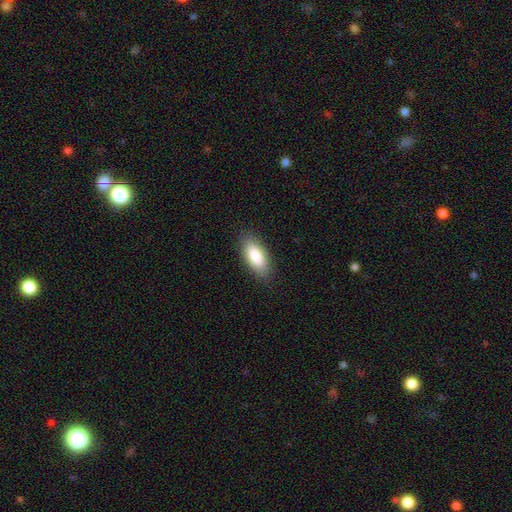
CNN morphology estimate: Smooth or featured?
  - smooth: 87% *
  - featured or disk: 7%
  - star or artifact: 6%
How rounded?
  - in between: 87% *
  - cigar-shaped: 11%
  - round: 2%
Merging?
  - none: 86% *
  - minor disturbance: 11%
  - major disturbance: 3%
  - merger: 1%